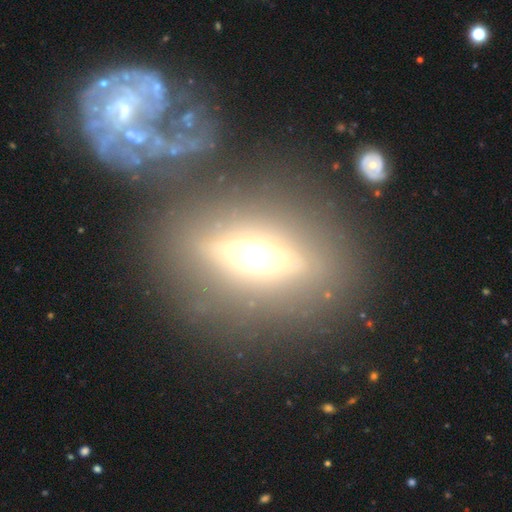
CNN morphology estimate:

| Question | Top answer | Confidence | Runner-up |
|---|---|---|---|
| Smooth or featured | featured or disk | 57% | smooth (31%) |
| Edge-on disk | yes | 61% | no (39%) |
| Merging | none | 70% | minor disturbance (12%) |